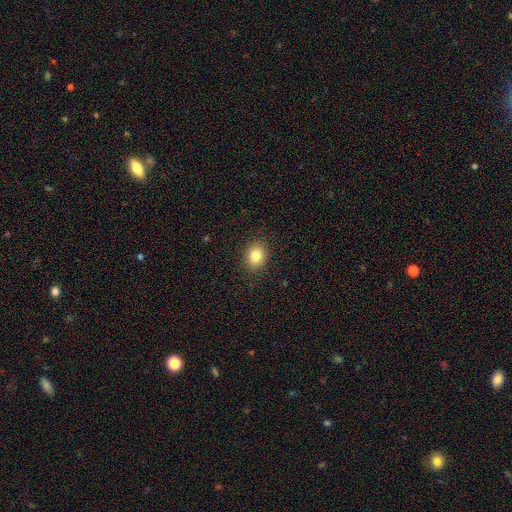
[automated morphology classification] A smooth galaxy with no disk features (83%) that is round (58%). Merging: none (89%).